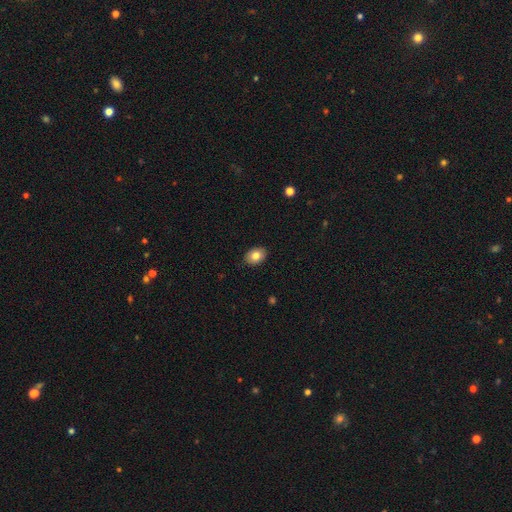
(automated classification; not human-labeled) Smooth or featured: smooth — 81% (featured or disk — 12%)
How rounded: in between — 74% (round — 25%)
Merging: none — 88% (minor disturbance — 9%)